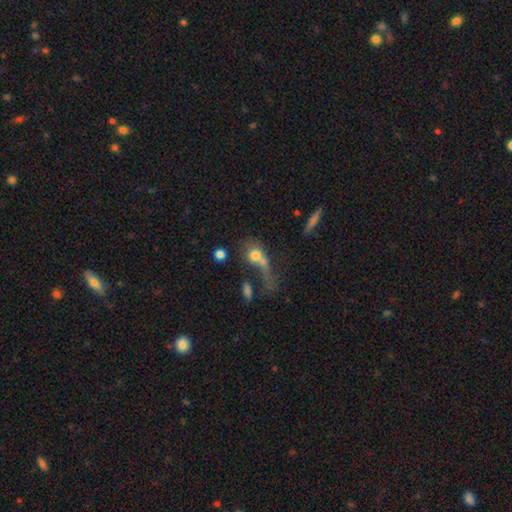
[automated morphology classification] The model was most divided on "how rounded": round: 49%, in between: 45%, cigar-shaped: 6%. Remaining: smooth or featured — smooth (67%); merging — merger (42%).